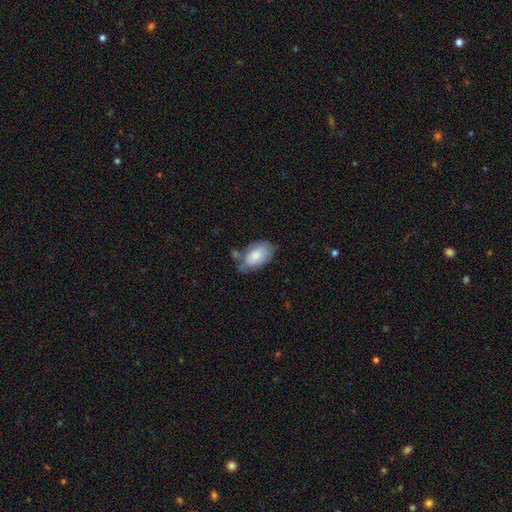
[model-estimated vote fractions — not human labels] smooth-or-featured: smooth: 77% | featured or disk: 16% | star or artifact: 6%
  how-rounded: in between: 92% | round: 6% | cigar-shaped: 2%
  merging: none: 46% | minor disturbance: 33% | major disturbance: 11% | merger: 10%